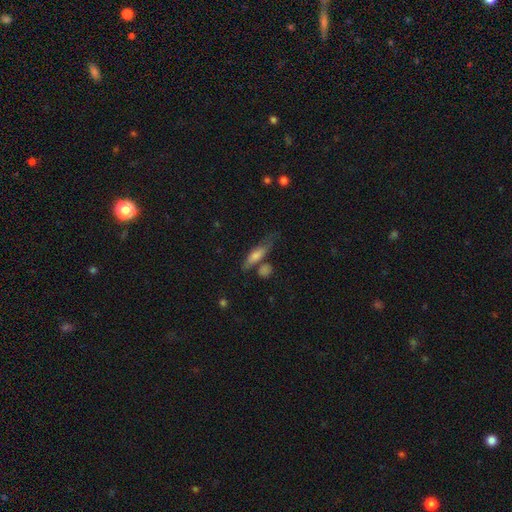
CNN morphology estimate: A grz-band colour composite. It shows a smooth galaxy with no disk features (67%) that is cigar-shaped (48%, tied with in between). Merging: none (51%).